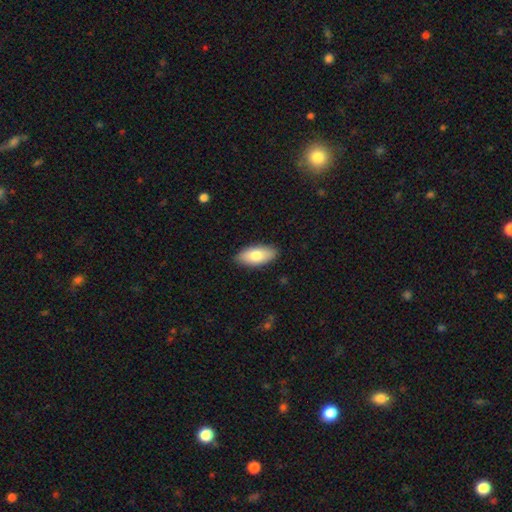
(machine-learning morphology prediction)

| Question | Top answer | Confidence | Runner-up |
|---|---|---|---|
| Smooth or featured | smooth | 77% | featured or disk (17%) |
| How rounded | in between | 90% | cigar-shaped (8%) |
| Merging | none | 88% | minor disturbance (9%) |